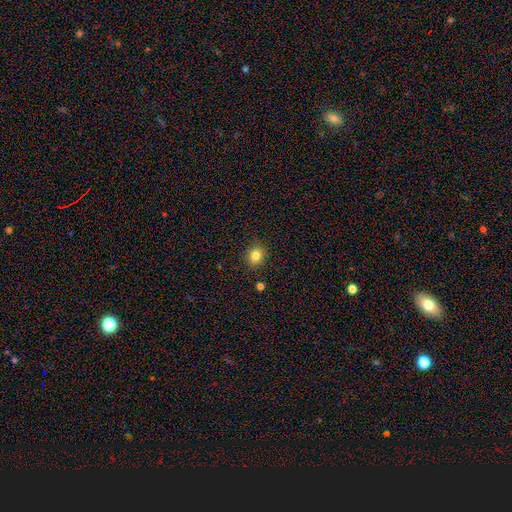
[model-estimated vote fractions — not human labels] Smooth or featured? smooth (82%)
How rounded? round (76%)
Merging? none (90%)